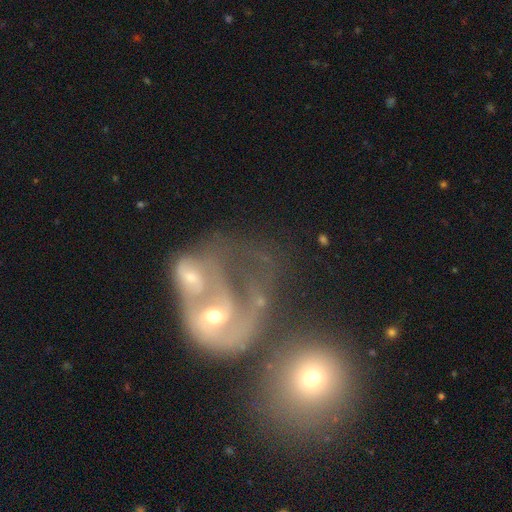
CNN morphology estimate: type=featured or disk (68%); edge-on=no (97%); bar=no (72%); spiral arms=yes (59%); bulge=moderate (52%); merging=merger (68%).